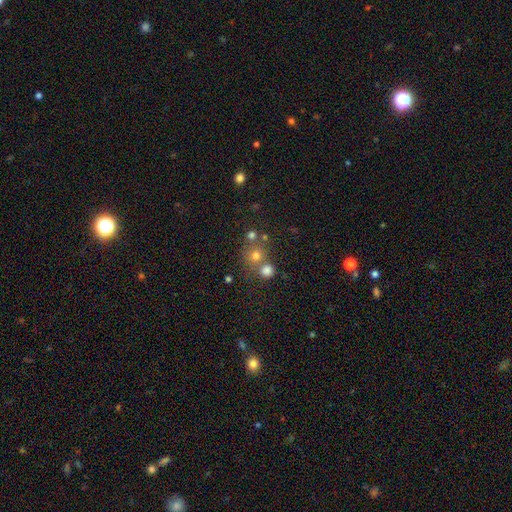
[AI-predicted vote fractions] Smooth or featured: smooth — 71% (star or artifact — 18%)
How rounded: round — 88% (in between — 11%)
Merging: none — 60% (merger — 28%)